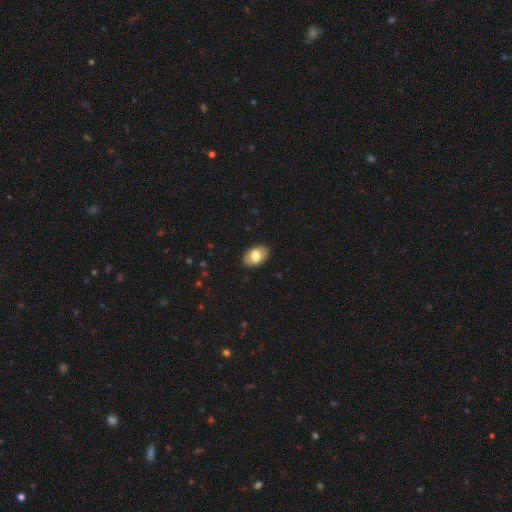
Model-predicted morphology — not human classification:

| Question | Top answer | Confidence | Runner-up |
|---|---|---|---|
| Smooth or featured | smooth | 79% | featured or disk (14%) |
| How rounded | in between | 88% | round (11%) |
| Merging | none | 89% | minor disturbance (8%) |